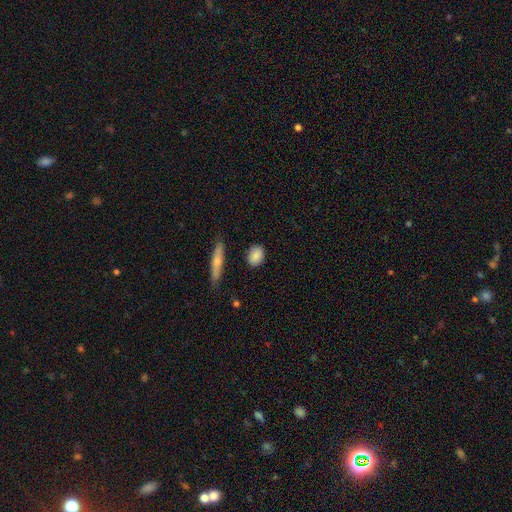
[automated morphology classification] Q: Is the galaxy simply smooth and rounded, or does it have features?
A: smooth — 86%.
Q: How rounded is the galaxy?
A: in between — 60%.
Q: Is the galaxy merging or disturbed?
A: none — 85%.